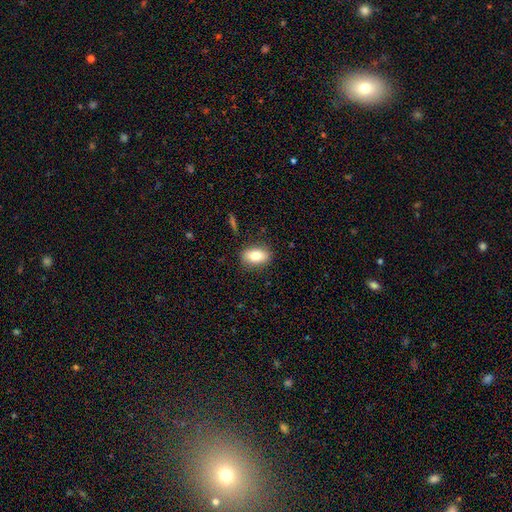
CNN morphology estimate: Smooth or featured? Predicted: smooth (p=0.79). How rounded? Predicted: in between (p=0.85). Merging? Predicted: none (p=0.86).